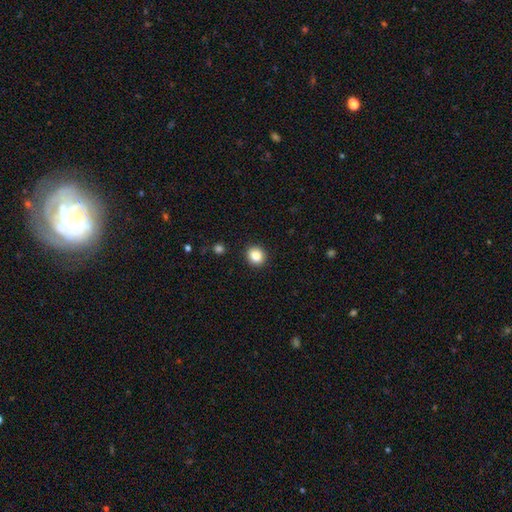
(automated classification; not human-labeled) Smooth or featured? Predicted: smooth (p=0.85). How rounded? Predicted: round (p=0.81). Merging? Predicted: none (p=0.91).